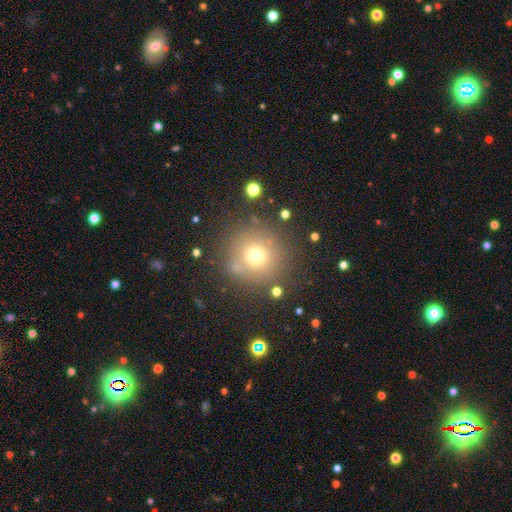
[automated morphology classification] smooth_or_featured: smooth (p=0.68) [alt: star or artifact p=0.19]
how_rounded: round (p=0.94) [alt: in between p=0.05]
merging: none (p=0.80) [alt: minor disturbance p=0.09]